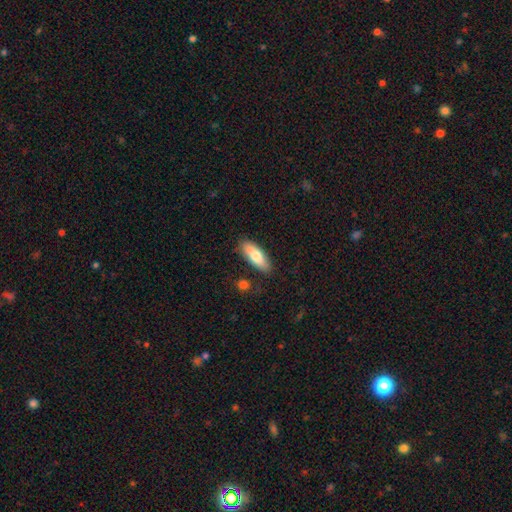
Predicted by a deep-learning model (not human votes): Overall: smooth (74%). How rounded: in between (63%; cigar-shaped 34%). Merging: none (81%).